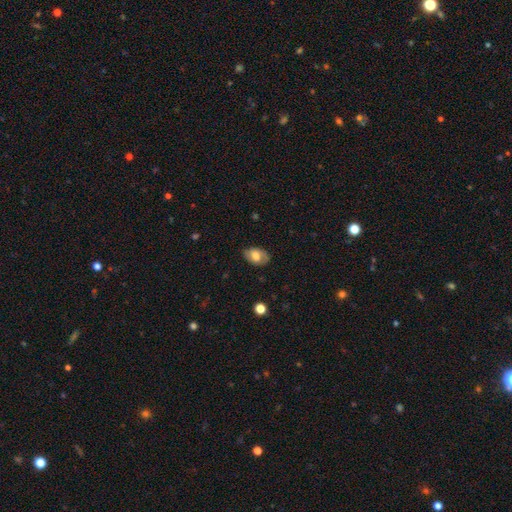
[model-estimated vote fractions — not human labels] A smooth galaxy with no disk features (67%) that is in between round and cigar-shaped (87%). Merging: none (77%).